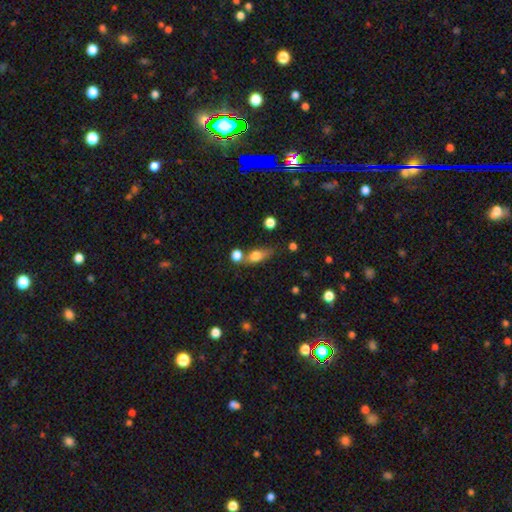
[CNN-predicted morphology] The model was most divided on "merging": none: 51%, merger: 20%, minor disturbance: 20%, major disturbance: 8%. More confident: smooth or featured — smooth (72%); how rounded — in between (66%).